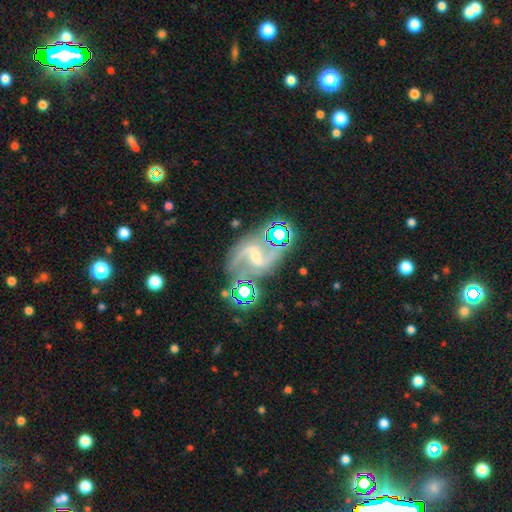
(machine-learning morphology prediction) A featured or disk galaxy (84%) with a weak bar (47%), 2 (92%) loose (52%) spiral arms (97%) and a small central bulge (60%).

Vote fractions:
- Smooth or featured? featured or disk: 84% / star or artifact: 11% / smooth: 6%
- Edge-on disk? no: 98% / yes: 2%
- Bar? weak: 47% / strong: 36% / no: 17%
- Spiral arms? yes: 97% / no: 3%
- Spiral winding? loose: 52% / medium: 40% / tight: 8%
- Spiral arm count? 2: 92% / can't tell: 2% / 1: 2% / 3: 1% / 4: 1% / more than 4: 1%
- Bulge size? small: 60% / moderate: 24% / none: 12% / large: 2% / dominant: 1%
- Merging? none: 68% / minor disturbance: 16% / major disturbance: 9% / merger: 8%